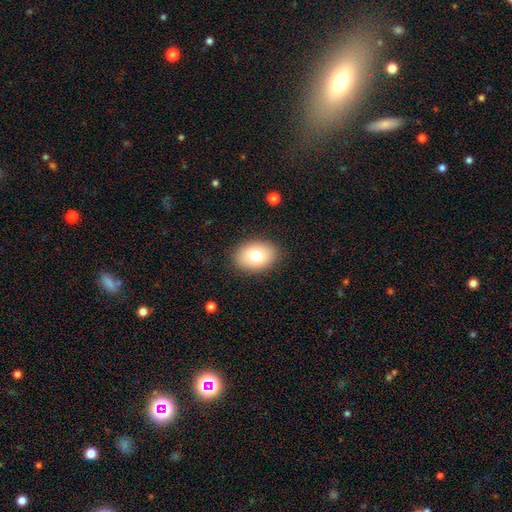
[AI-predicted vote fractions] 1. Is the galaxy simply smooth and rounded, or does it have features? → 78% smooth, 14% featured or disk, 8% star or artifact.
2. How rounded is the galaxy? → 77% in between, 22% round, 1% cigar-shaped.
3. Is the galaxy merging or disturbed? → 87% none, 9% minor disturbance, 3% major disturbance, 1% merger.